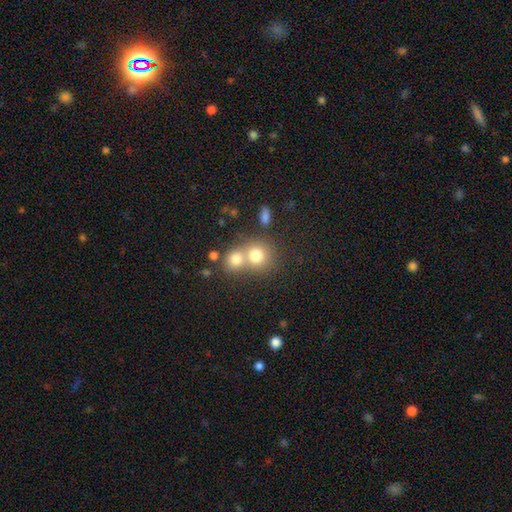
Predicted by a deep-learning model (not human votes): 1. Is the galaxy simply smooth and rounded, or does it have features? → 75% smooth, 13% featured or disk, 12% star or artifact.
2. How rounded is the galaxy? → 82% round, 17% in between, 1% cigar-shaped.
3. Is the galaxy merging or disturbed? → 53% merger, 38% none, 6% minor disturbance, 3% major disturbance.